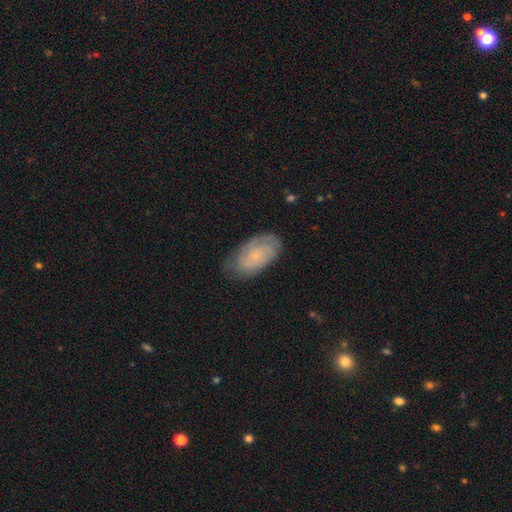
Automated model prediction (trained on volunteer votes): Q: Smooth or featured?
A: featured or disk (56%); runner-up: smooth (36%)
Q: Edge-on disk?
A: no (95%); runner-up: yes (5%)
Q: Bar?
A: no (75%); runner-up: weak (22%)
Q: Spiral arms?
A: yes (85%); runner-up: no (15%)
Q: Bulge size?
A: small (68%); runner-up: none (15%)
Q: Merging?
A: none (71%); runner-up: minor disturbance (22%)